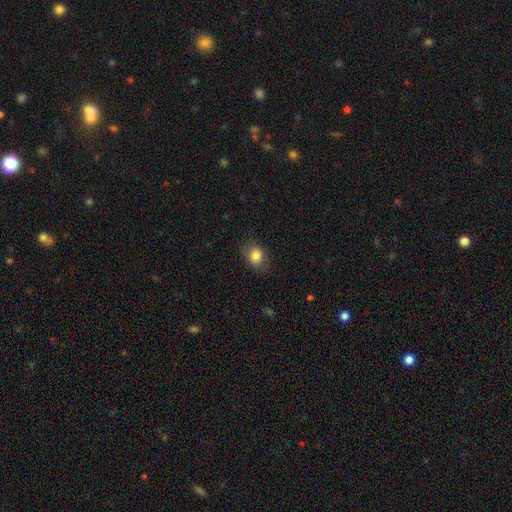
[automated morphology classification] Smooth or featured? smooth (83%)
How rounded? in between (54%)
Merging? none (78%)